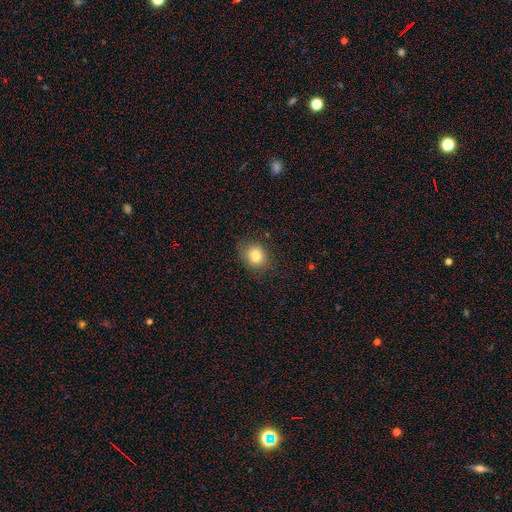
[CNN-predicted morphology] A smooth galaxy with no disk features (81%) that is round (63%).

Vote fractions:
- Smooth or featured? smooth: 81% / star or artifact: 10% / featured or disk: 9%
- How rounded? round: 63% / in between: 36% / cigar-shaped: 1%
- Merging? none: 79% / minor disturbance: 16% / major disturbance: 5% / merger: 1%